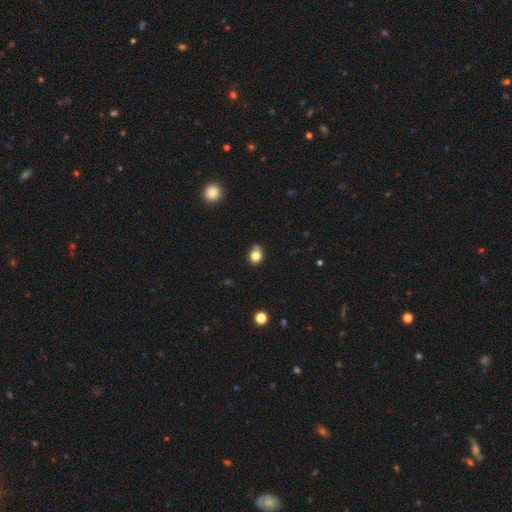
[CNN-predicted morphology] Smooth or featured? smooth (81%)
How rounded? round (56%)
Merging? none (61%)